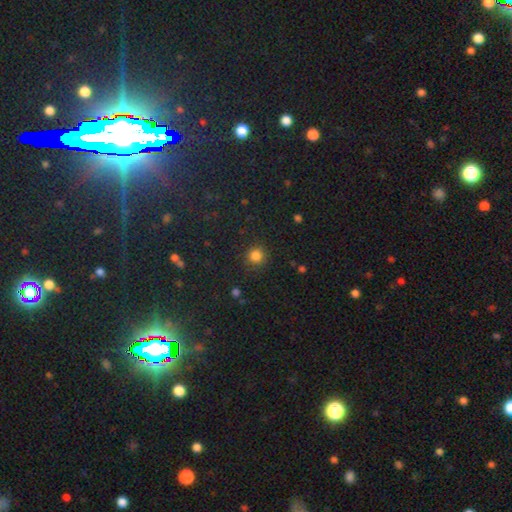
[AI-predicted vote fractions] smooth_or_featured: smooth (p=0.82) [alt: star or artifact p=0.14]
how_rounded: round (p=0.92) [alt: in between p=0.07]
merging: none (p=0.88) [alt: minor disturbance p=0.08]